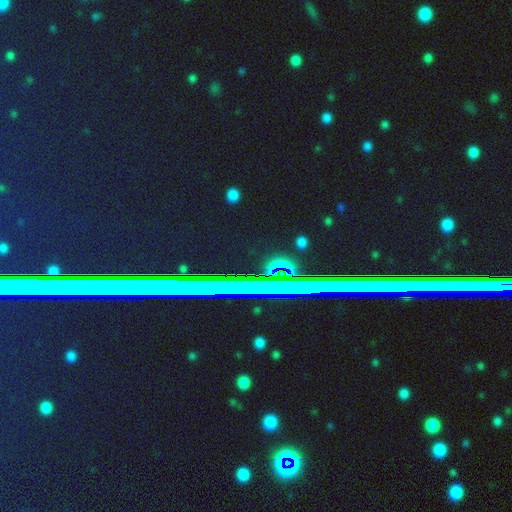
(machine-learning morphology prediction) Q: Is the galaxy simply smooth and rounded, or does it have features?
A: star or artifact — 78%.